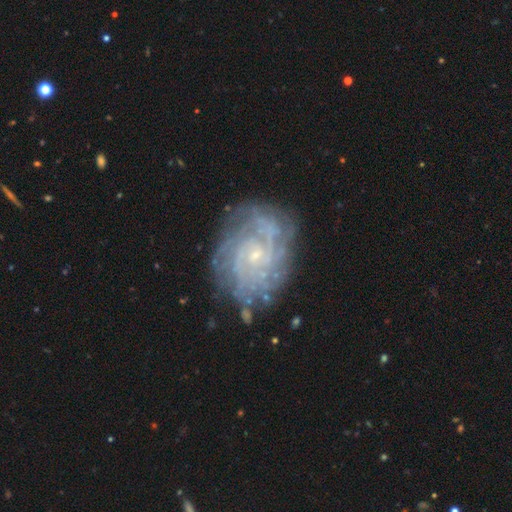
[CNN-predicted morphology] Overall: featured or disk (85%). Edge-on disk: no (97%). Bar: no (74%). Spiral arms: yes (96%). Spiral arm count: can't tell (34%; 4 19%). Spiral winding: tight (74%). Bulge size: small (83%). Merging: none (76%).